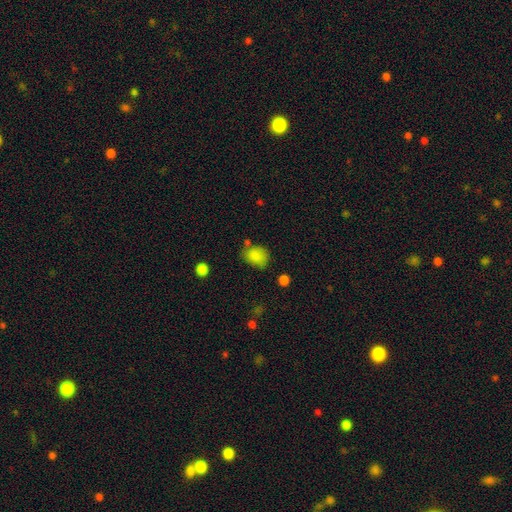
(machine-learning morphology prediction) Smooth or featured?
  - smooth: 85% *
  - star or artifact: 9%
  - featured or disk: 6%
How rounded?
  - round: 50% *
  - in between: 48%
  - cigar-shaped: 1%
Merging?
  - none: 61% *
  - minor disturbance: 24%
  - merger: 8%
  - major disturbance: 7%